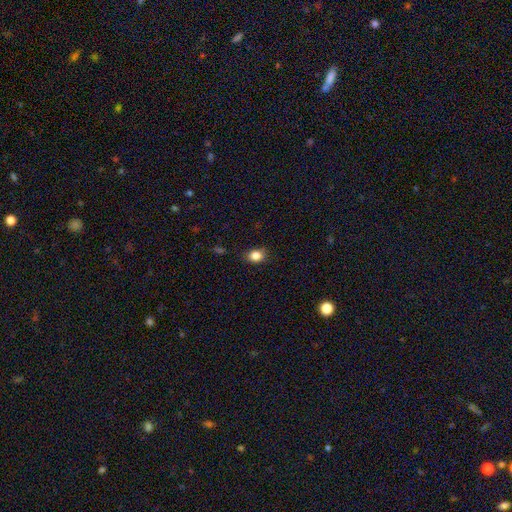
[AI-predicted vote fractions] Morphology: type=smooth (84%); roundness=in between (57%); merging=none (84%).